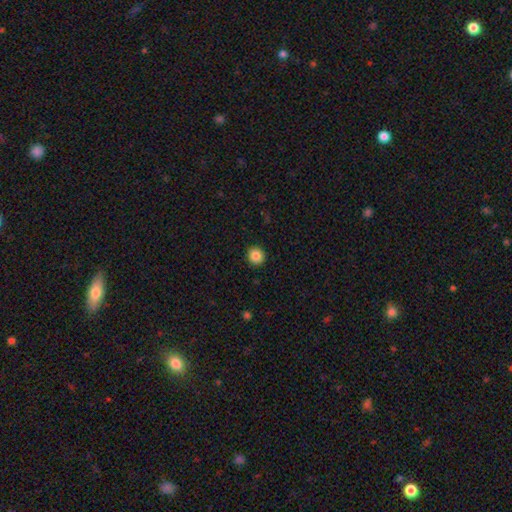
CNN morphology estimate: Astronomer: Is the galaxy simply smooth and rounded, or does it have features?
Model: smooth — 86%.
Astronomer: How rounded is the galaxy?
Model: round — 91%.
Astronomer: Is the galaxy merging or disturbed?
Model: none — 93%.